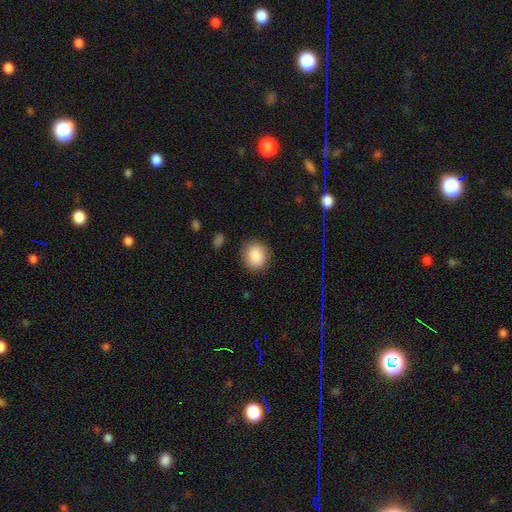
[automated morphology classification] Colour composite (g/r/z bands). It shows a smooth galaxy with no disk features (88%) that is round (82%). Merging: none (85%).